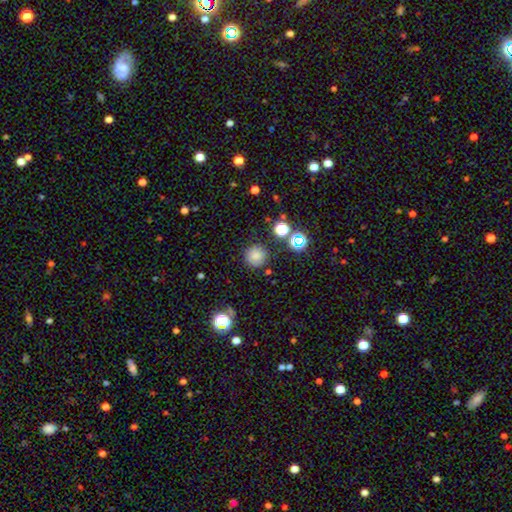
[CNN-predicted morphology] Q: Smooth or featured?
A: smooth (77%); runner-up: star or artifact (16%)
Q: How rounded?
A: round (95%); runner-up: in between (4%)
Q: Merging?
A: none (84%); runner-up: minor disturbance (9%)